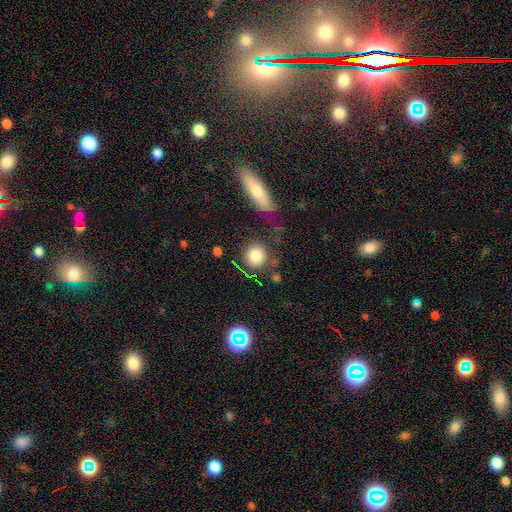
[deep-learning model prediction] Smooth or featured? Predicted: smooth (p=0.83). How rounded? Predicted: round (p=0.84). Merging? Predicted: none (p=0.74).